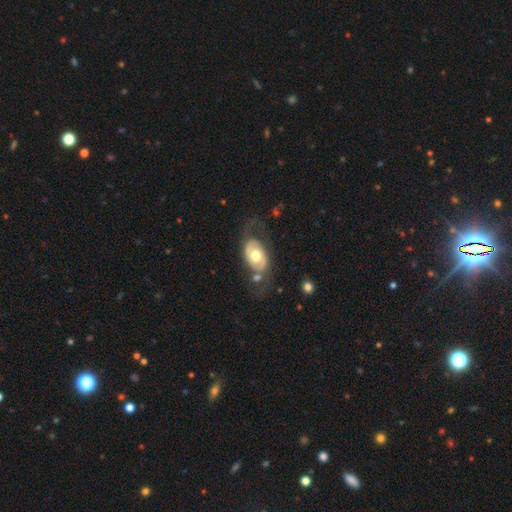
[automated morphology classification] Smooth or featured? featured or disk (58%)
Edge-on disk? no (92%)
Bar? no (75%)
Spiral arms? yes (53%)
Bulge size? moderate (70%)
Merging? none (55%)